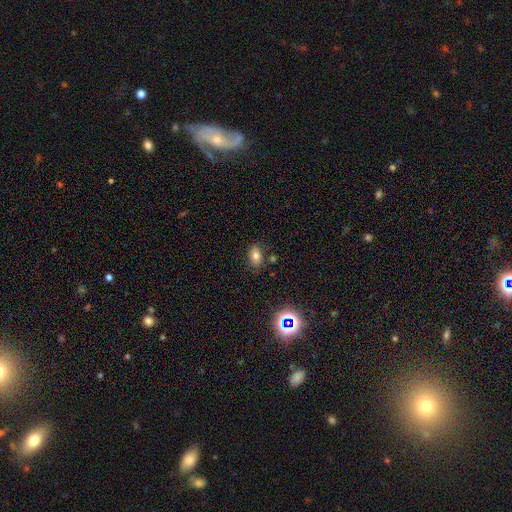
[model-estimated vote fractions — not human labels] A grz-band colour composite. It shows a smooth galaxy with no disk features (73%) that is in between round and cigar-shaped (82%). Merging: none (78%).